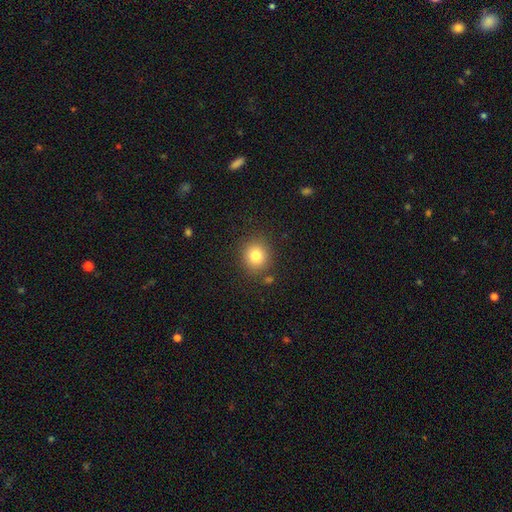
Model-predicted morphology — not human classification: smooth-or-featured: smooth: 81% | star or artifact: 12% | featured or disk: 8%
  how-rounded: round: 85% | in between: 14% | cigar-shaped: 1%
  merging: none: 85% | minor disturbance: 9% | merger: 3% | major disturbance: 3%